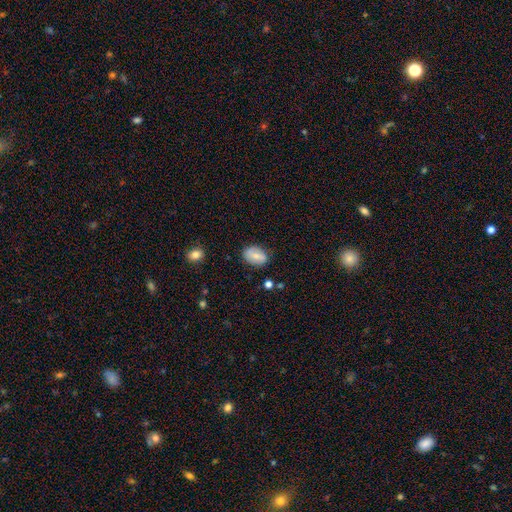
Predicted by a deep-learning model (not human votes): Overall: smooth (66%; featured or disk 26%). How rounded: in between (80%). Merging: none (76%).